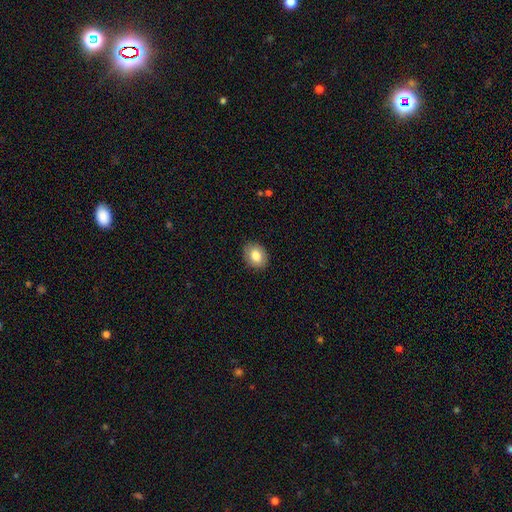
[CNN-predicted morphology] Smooth or featured: smooth — 81% (featured or disk — 11%)
How rounded: in between — 57% (round — 42%)
Merging: none — 88% (minor disturbance — 9%)